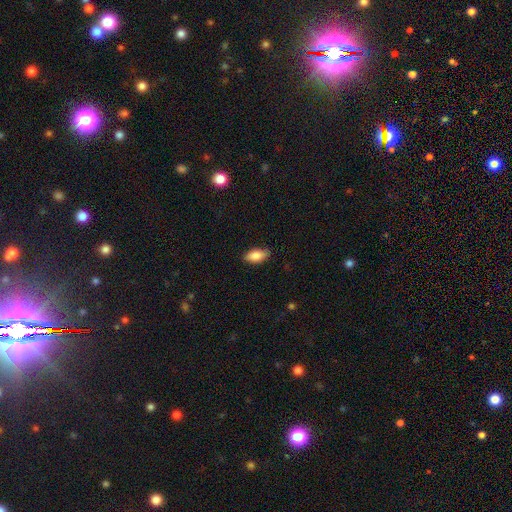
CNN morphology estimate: The model was most divided on "merging": none: 82%, minor disturbance: 15%, major disturbance: 2%, merger: 1%. More confident: how rounded — in between (89%); smooth or featured — smooth (84%).